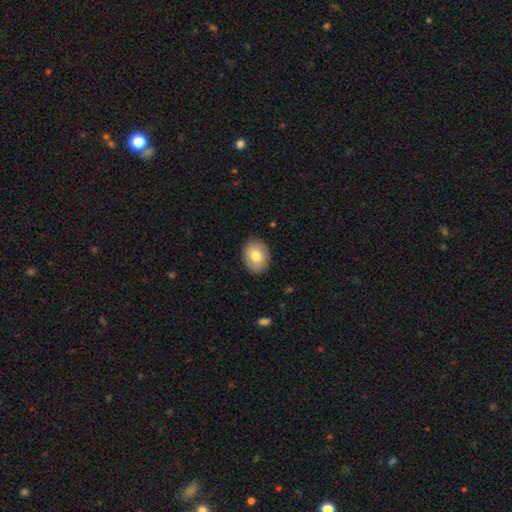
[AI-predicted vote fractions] The model was most divided on "how rounded": in between: 53%, round: 46%, cigar-shaped: 1%. More confident: merging — none (88%); smooth or featured — smooth (79%).